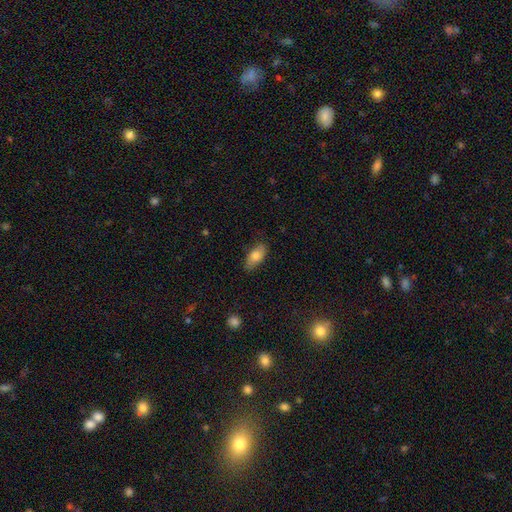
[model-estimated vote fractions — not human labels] This is likely a smooth galaxy (78%). How rounded: clearly in between (87%). Merging: likely none (79%).